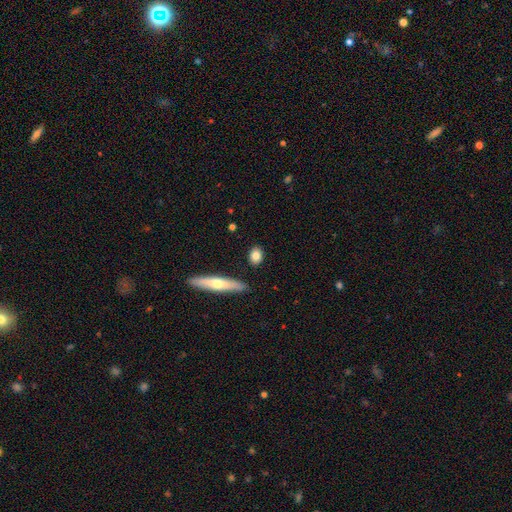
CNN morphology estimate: smooth_or_featured: smooth (p=0.81) [alt: featured or disk p=0.12]
how_rounded: in between (p=0.58) [alt: round p=0.32]
merging: none (p=0.87) [alt: minor disturbance p=0.09]